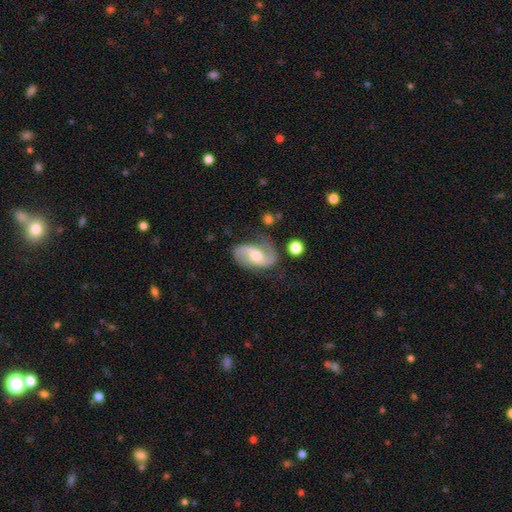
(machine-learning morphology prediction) Smooth or featured? featured or disk (83%)
Edge-on disk? no (97%)
Bar? no (46%)
Spiral arms? yes (96%)
Spiral winding? loose (51%)
Spiral arm count? 2 (91%)
Bulge size? moderate (62%)
Merging? none (70%)